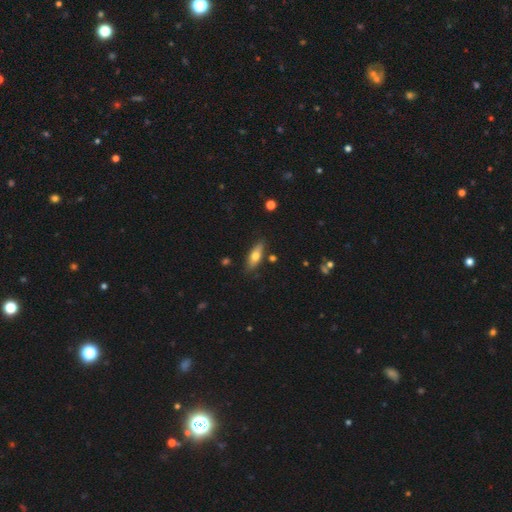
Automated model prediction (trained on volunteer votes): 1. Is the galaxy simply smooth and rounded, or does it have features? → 67% smooth, 26% featured or disk, 6% star or artifact.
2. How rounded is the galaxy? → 64% in between, 33% cigar-shaped, 3% round.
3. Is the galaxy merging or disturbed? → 83% none, 12% minor disturbance, 3% merger, 2% major disturbance.